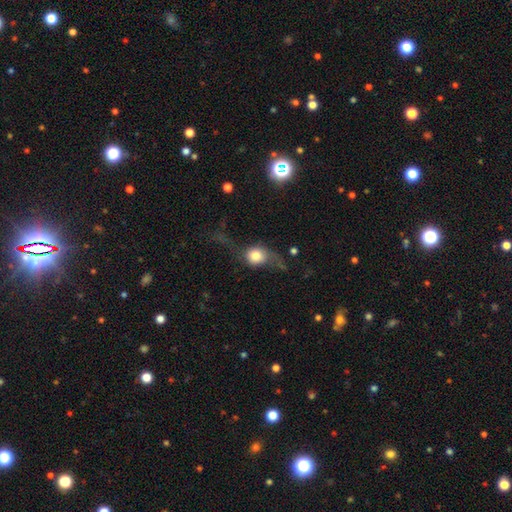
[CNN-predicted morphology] smooth-or-featured: smooth: 59% | featured or disk: 32% | star or artifact: 9%
  how-rounded: round: 71% | in between: 26% | cigar-shaped: 3%
  merging: major disturbance: 40% | none: 34% | minor disturbance: 21% | merger: 5%